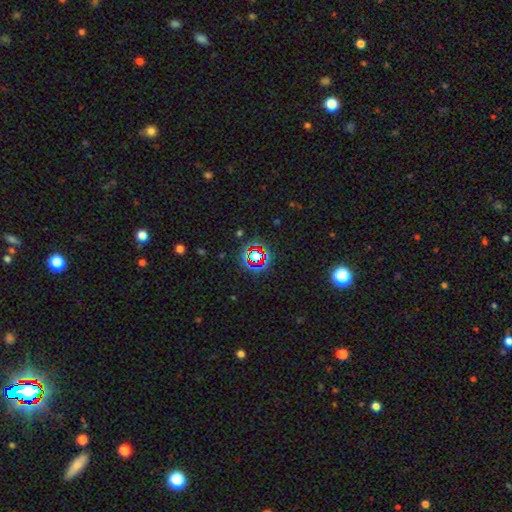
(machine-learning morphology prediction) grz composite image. It shows a star or artifact, not a galaxy (72%).